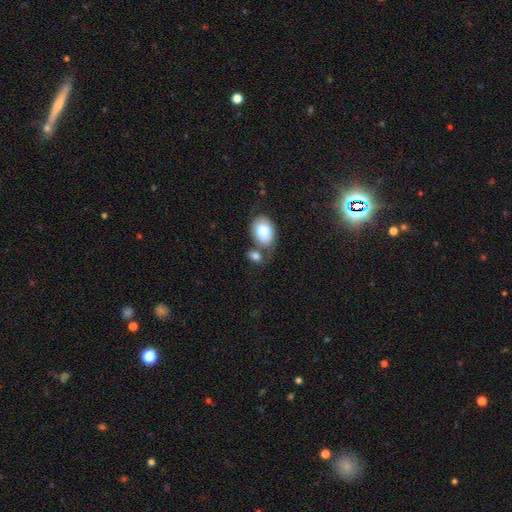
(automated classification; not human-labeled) Q: Smooth or featured?
A: smooth (77%); runner-up: featured or disk (13%)
Q: How rounded?
A: in between (68%); runner-up: round (30%)
Q: Merging?
A: none (53%); runner-up: merger (26%)